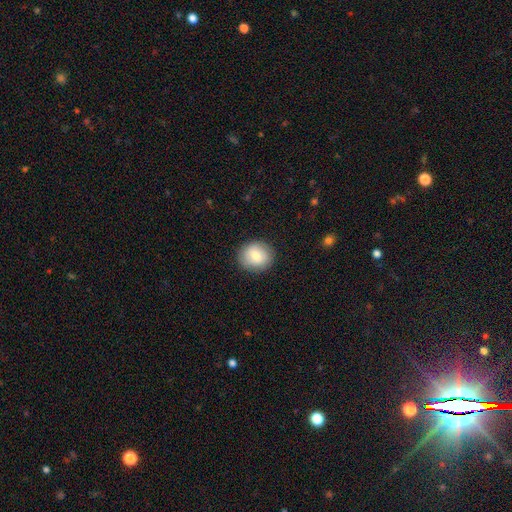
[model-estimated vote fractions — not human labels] Q: Smooth or featured?
A: smooth (75%); runner-up: featured or disk (17%)
Q: How rounded?
A: round (70%); runner-up: in between (29%)
Q: Merging?
A: none (87%); runner-up: minor disturbance (9%)